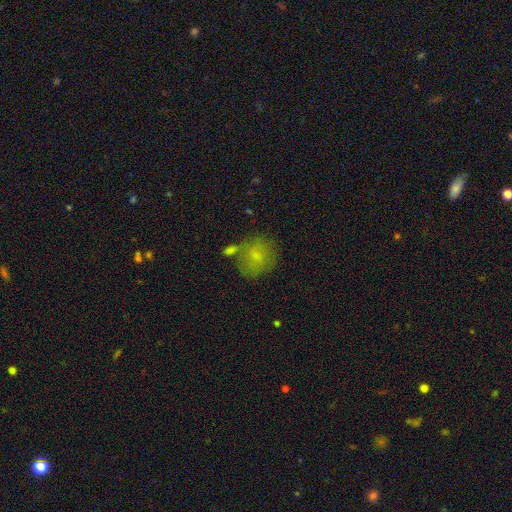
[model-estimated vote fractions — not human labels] This is likely a smooth galaxy (71%). How rounded: likely round (73%). Merging: possibly none (57%).